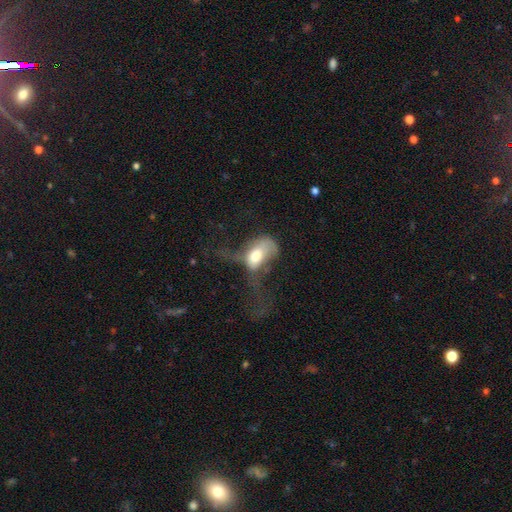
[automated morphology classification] Overall: smooth (57%; featured or disk 34%). How rounded: in between (84%). Merging: major disturbance (65%).